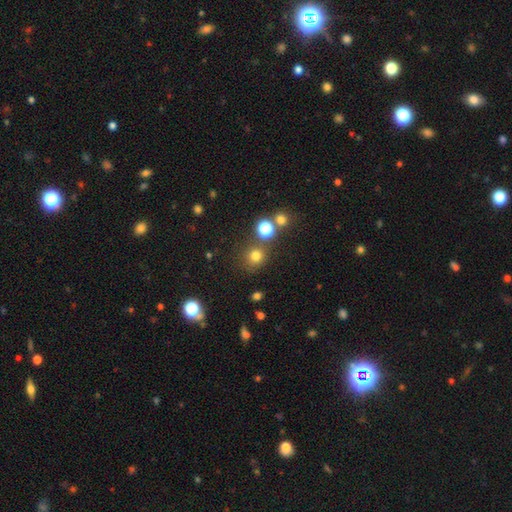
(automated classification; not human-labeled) The model was most divided on "smooth or featured": smooth: 74%, star or artifact: 20%, featured or disk: 7%. More confident: how rounded — round (89%); merging — none (77%).